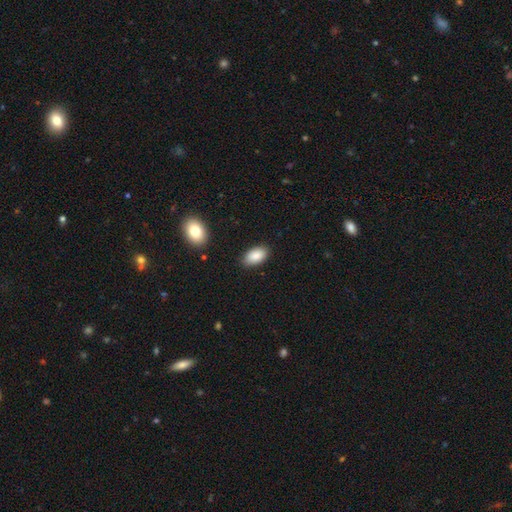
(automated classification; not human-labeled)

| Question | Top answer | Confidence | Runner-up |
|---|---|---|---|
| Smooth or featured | smooth | 88% | star or artifact (7%) |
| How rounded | in between | 94% | round (3%) |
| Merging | none | 85% | minor disturbance (11%) |